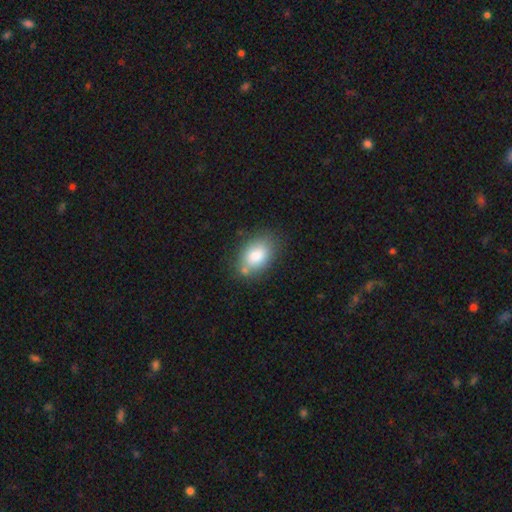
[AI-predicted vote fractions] Q: Smooth or featured?
A: smooth (82%); runner-up: featured or disk (10%)
Q: How rounded?
A: in between (86%); runner-up: round (13%)
Q: Merging?
A: none (70%); runner-up: minor disturbance (18%)